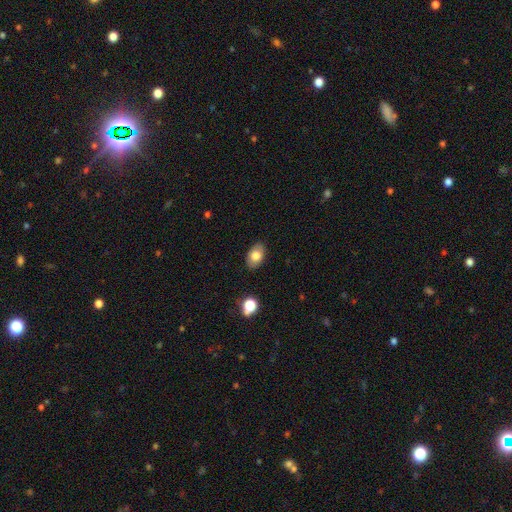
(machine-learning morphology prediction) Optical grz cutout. It shows a smooth galaxy with no disk features (78%) that is in between round and cigar-shaped (87%). Merging: none (86%).